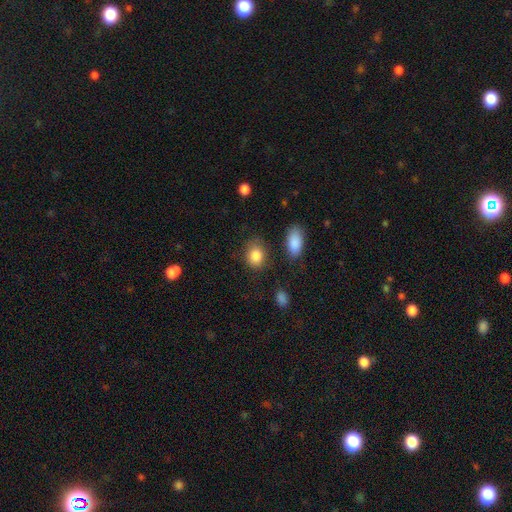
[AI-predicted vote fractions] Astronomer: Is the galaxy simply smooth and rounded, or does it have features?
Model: smooth — 86%.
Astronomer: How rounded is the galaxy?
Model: in between — 54% (runner-up: round, 45%).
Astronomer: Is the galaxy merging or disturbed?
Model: none — 74%.